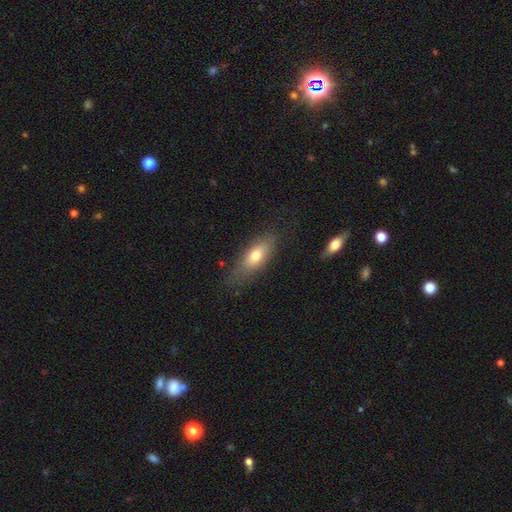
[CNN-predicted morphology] The model was most divided on "how rounded": in between: 69%, cigar-shaped: 26%, round: 5%. More confident: merging — none (73%); smooth or featured — smooth (68%).